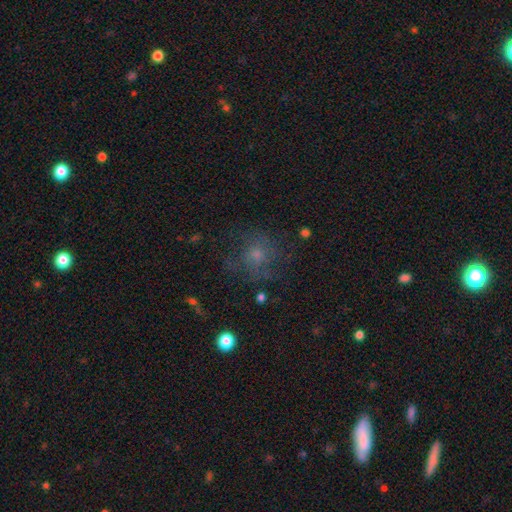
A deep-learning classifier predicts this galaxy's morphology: type=smooth (43%); merging=none (65%).